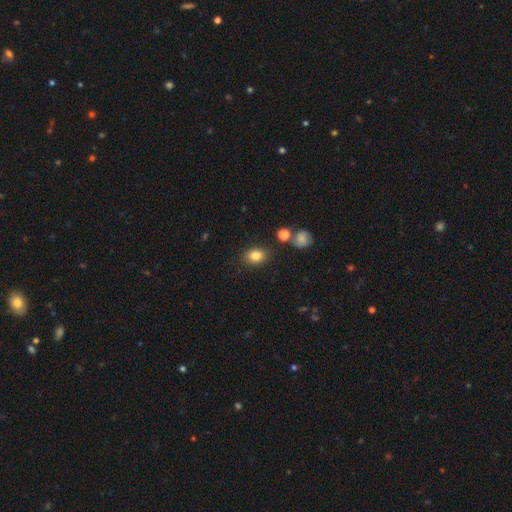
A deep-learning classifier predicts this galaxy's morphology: Smooth or featured?
  - smooth: 82% *
  - star or artifact: 11%
  - featured or disk: 7%
How rounded?
  - in between: 62% *
  - round: 37%
  - cigar-shaped: 1%
Merging?
  - none: 81% *
  - minor disturbance: 11%
  - merger: 5%
  - major disturbance: 3%